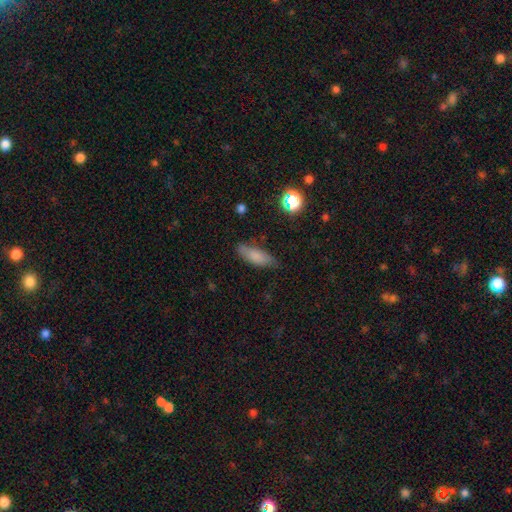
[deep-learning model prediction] This appears to be a smooth galaxy with no disk features (78%) that is in between round and cigar-shaped (63%). Merging: none (74%).